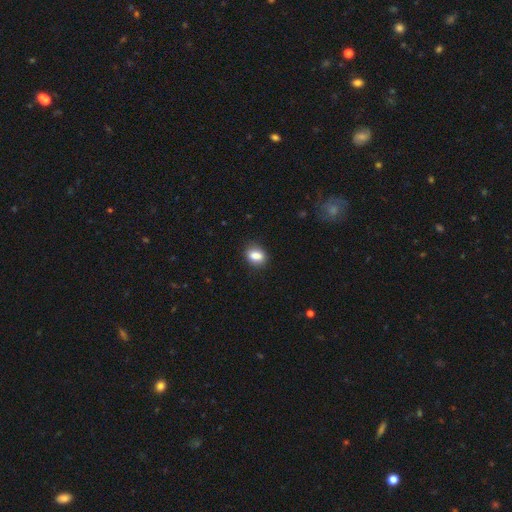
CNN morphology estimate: smooth-or-featured: smooth: 84% | star or artifact: 8% | featured or disk: 7%
  how-rounded: in between: 69% | round: 29% | cigar-shaped: 2%
  merging: none: 84% | minor disturbance: 12% | major disturbance: 3% | merger: 1%